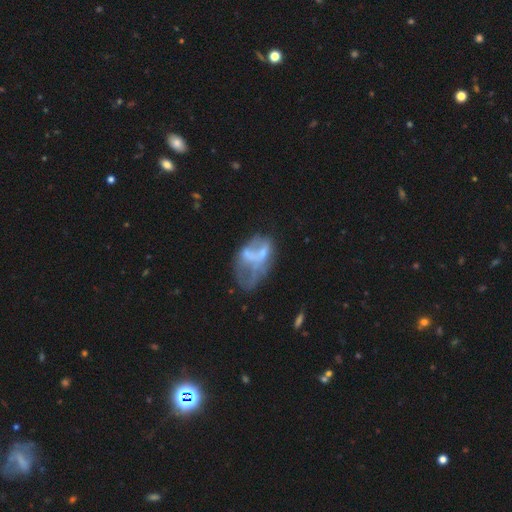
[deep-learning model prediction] Smooth or featured? Predicted: featured or disk (p=0.54). Edge-on disk? Predicted: no (p=0.97). Bar? Predicted: no (p=0.79). Spiral arms? Predicted: no (p=0.83). Bulge size? Predicted: none (p=0.60). Merging? Predicted: major disturbance (p=0.40).